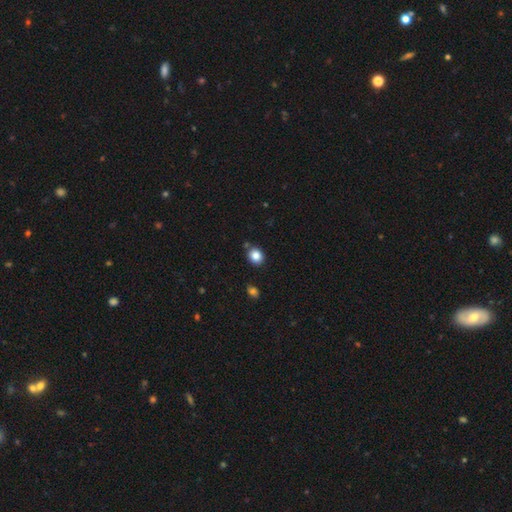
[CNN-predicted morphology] The model was most divided on "how rounded": round: 67%, in between: 32%, cigar-shaped: 1%. More confident: smooth or featured — smooth (84%); merging — none (80%).